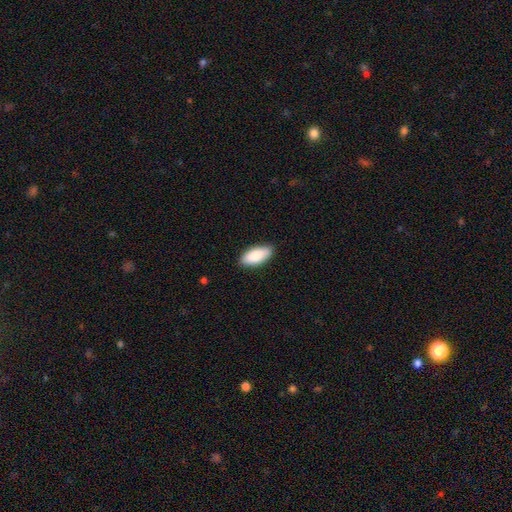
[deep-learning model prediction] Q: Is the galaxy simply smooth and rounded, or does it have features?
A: smooth — 83%.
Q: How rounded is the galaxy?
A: in between — 89%.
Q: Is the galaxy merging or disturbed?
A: none — 88%.